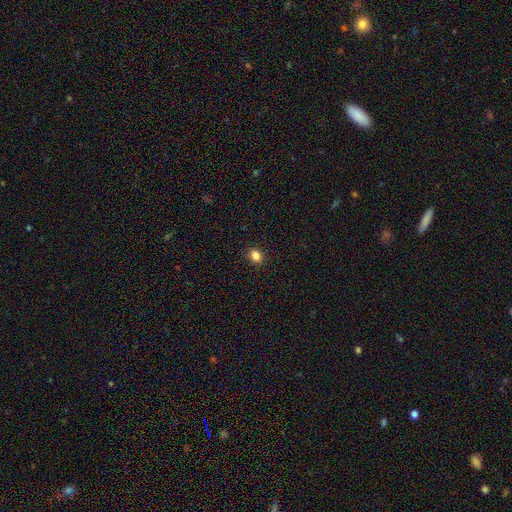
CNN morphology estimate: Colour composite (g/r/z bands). It shows a smooth galaxy with no disk features (84%) that is in between round and cigar-shaped (59%). Merging: none (90%).